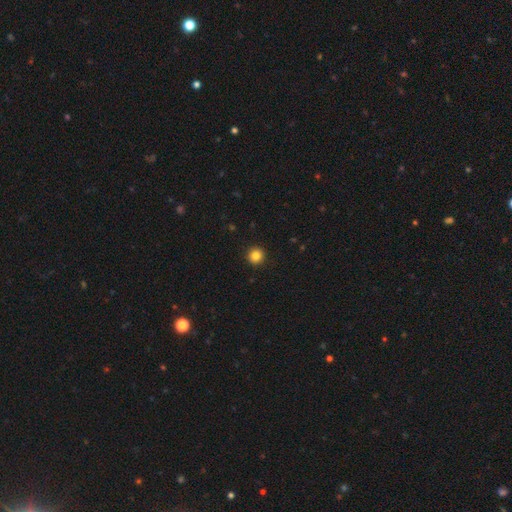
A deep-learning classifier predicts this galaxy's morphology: smooth-or-featured: smooth: 84% | star or artifact: 11% | featured or disk: 5%
  how-rounded: round: 95% | in between: 4% | cigar-shaped: 1%
  merging: none: 93% | minor disturbance: 4% | major disturbance: 2% | merger: 1%